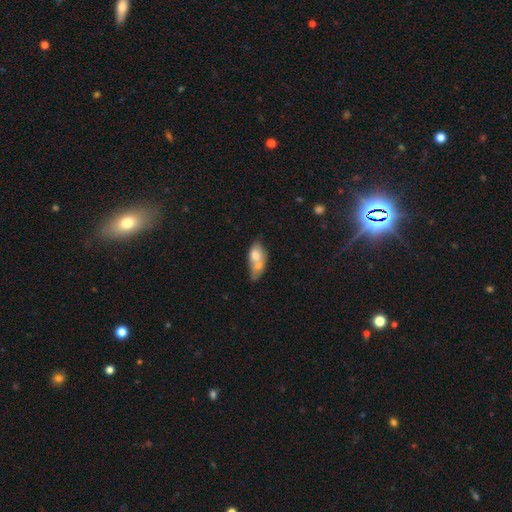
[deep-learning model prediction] A smooth galaxy with no disk features (66%) that is in between round and cigar-shaped (85%). Merging: merger (50%).